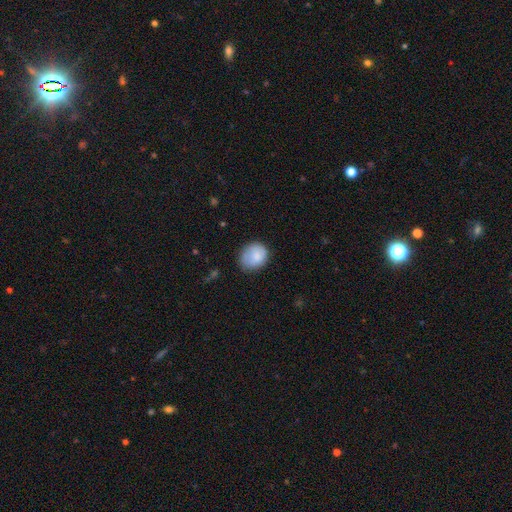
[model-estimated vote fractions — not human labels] smooth 82%, featured or disk 10%, star or artifact 7%. Down the decision tree: how rounded — round (58%); merging — none (61%).